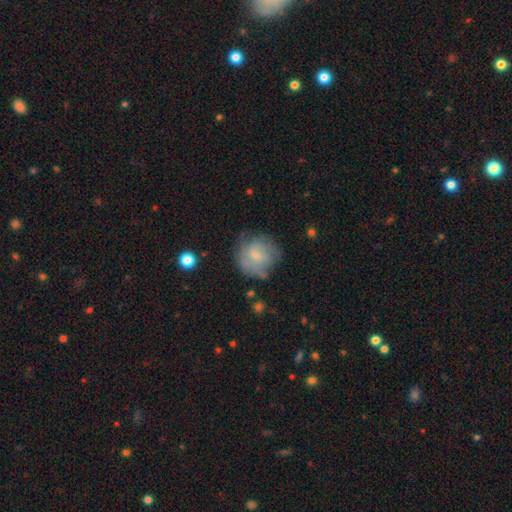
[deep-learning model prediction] Morphology: type=smooth (59%); roundness=round (85%); merging=none (59%).